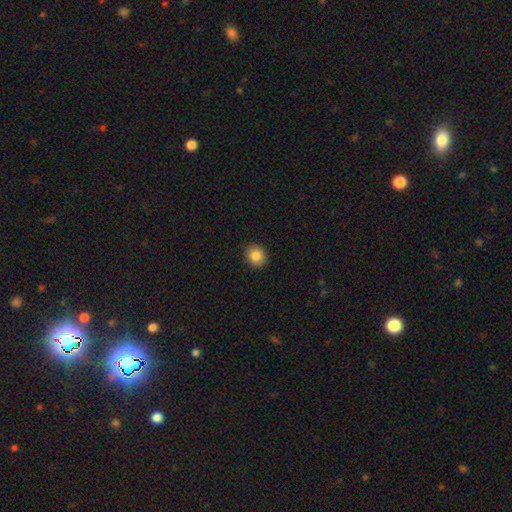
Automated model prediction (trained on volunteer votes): Smooth or featured? smooth (86%)
How rounded? round (75%)
Merging? none (90%)